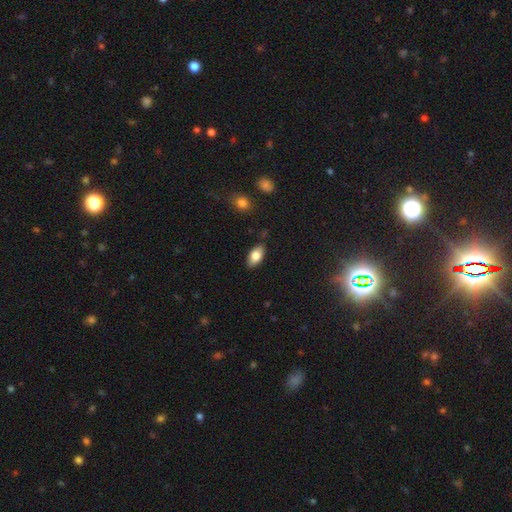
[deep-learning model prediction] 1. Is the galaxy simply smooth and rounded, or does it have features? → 78% smooth, 15% featured or disk, 7% star or artifact.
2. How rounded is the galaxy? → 90% in between, 7% cigar-shaped, 3% round.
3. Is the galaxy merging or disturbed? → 83% none, 13% minor disturbance, 2% major disturbance, 2% merger.